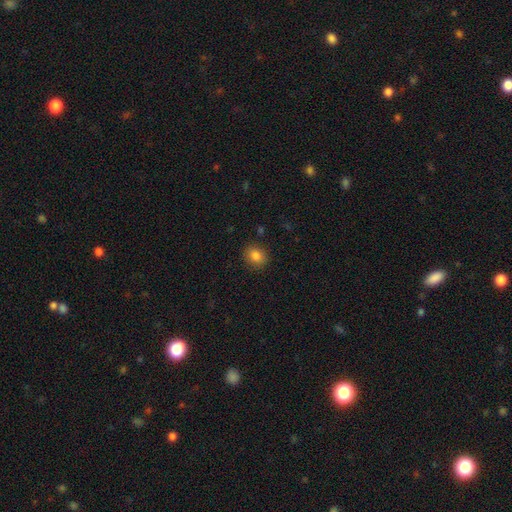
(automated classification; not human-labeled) Smooth or featured? smooth (83%)
How rounded? round (63%)
Merging? none (89%)